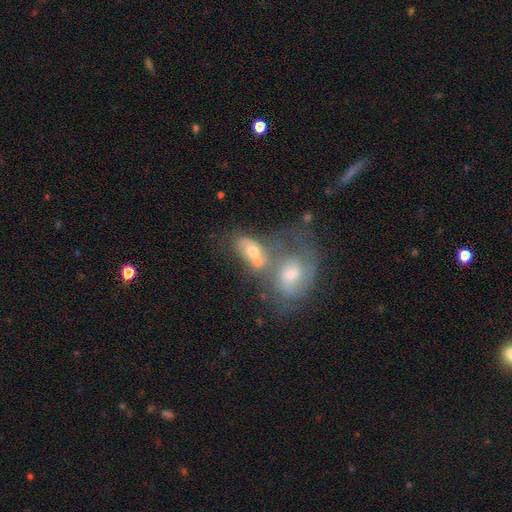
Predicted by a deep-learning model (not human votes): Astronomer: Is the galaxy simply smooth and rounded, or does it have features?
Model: featured or disk — 51% (runner-up: smooth, 39%).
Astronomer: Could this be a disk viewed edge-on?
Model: no — 93%.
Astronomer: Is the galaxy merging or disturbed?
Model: merger — 65%.